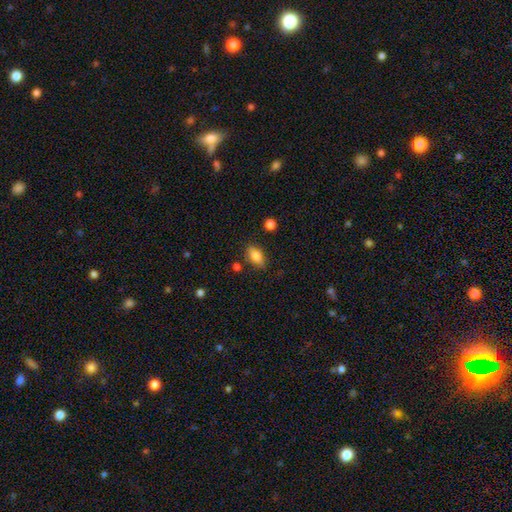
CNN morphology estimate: smooth-or-featured: smooth: 81% | featured or disk: 10% | star or artifact: 8%
  how-rounded: in between: 86% | cigar-shaped: 7% | round: 7%
  merging: none: 77% | minor disturbance: 16% | major disturbance: 4% | merger: 3%